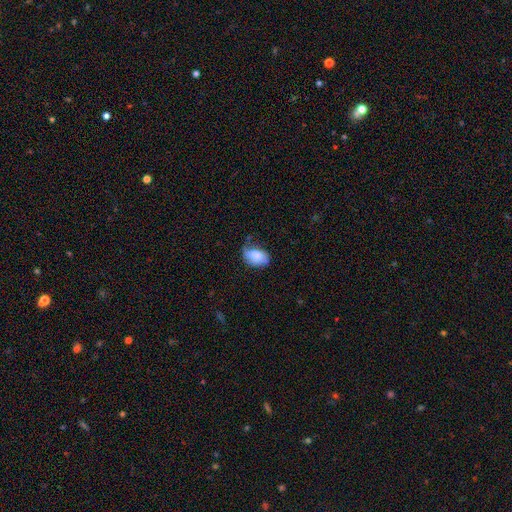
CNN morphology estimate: smooth_or_featured: smooth (p=0.74) [alt: featured or disk p=0.18]
how_rounded: in between (p=0.85) [alt: round p=0.14]
merging: none (p=0.40) [alt: minor disturbance p=0.39]